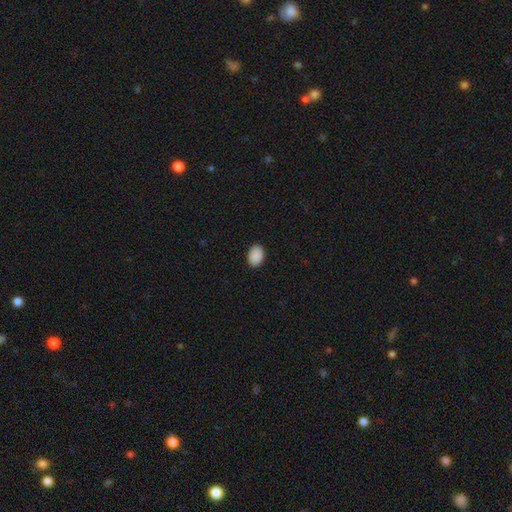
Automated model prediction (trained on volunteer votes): smooth 90%, star or artifact 8%, featured or disk 2%. Down the decision tree: how rounded — in between (77%); merging — none (88%).